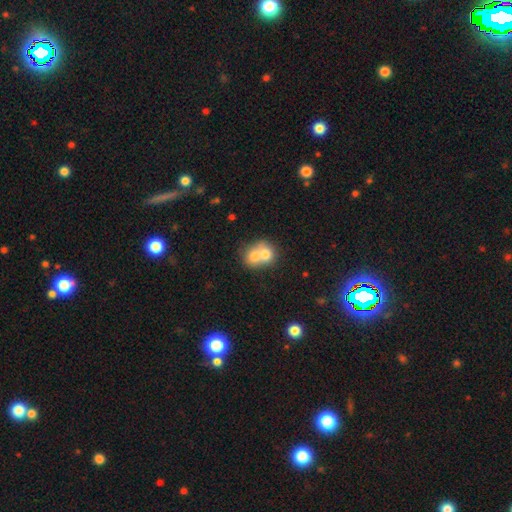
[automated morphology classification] Smooth or featured?
  - smooth: 68% *
  - featured or disk: 24%
  - star or artifact: 8%
How rounded?
  - round: 66% *
  - in between: 33%
  - cigar-shaped: 1%
Merging?
  - merger: 72% *
  - none: 20%
  - minor disturbance: 5%
  - major disturbance: 3%